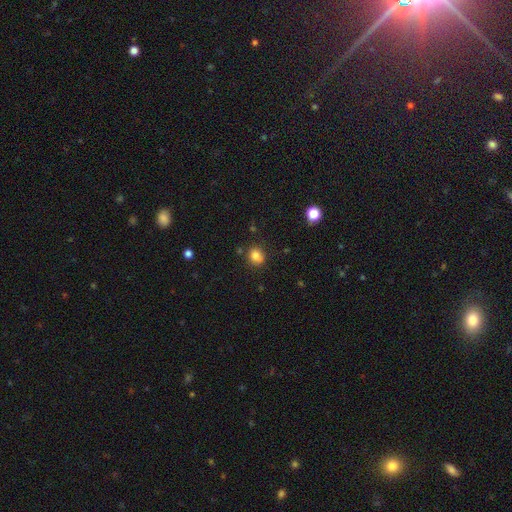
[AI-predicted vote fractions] Smooth or featured: smooth — 80% (star or artifact — 13%)
How rounded: round — 76% (in between — 23%)
Merging: none — 77% (minor disturbance — 15%)